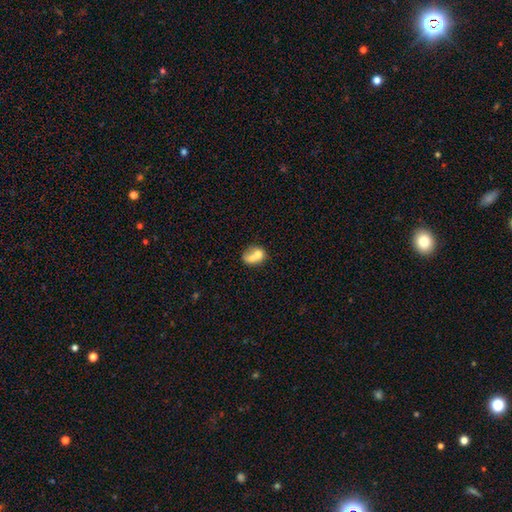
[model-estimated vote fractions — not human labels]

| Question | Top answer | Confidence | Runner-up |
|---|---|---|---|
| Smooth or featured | smooth | 65% | featured or disk (25%) |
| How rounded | in between | 56% | round (43%) |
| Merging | merger | 59% | none (23%) |